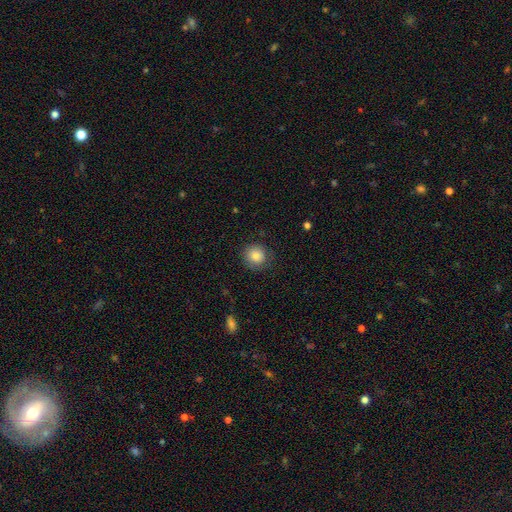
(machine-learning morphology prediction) smooth_or_featured: smooth (p=0.82) [alt: star or artifact p=0.09]
how_rounded: round (p=0.91) [alt: in between p=0.09]
merging: none (p=0.81) [alt: minor disturbance p=0.13]